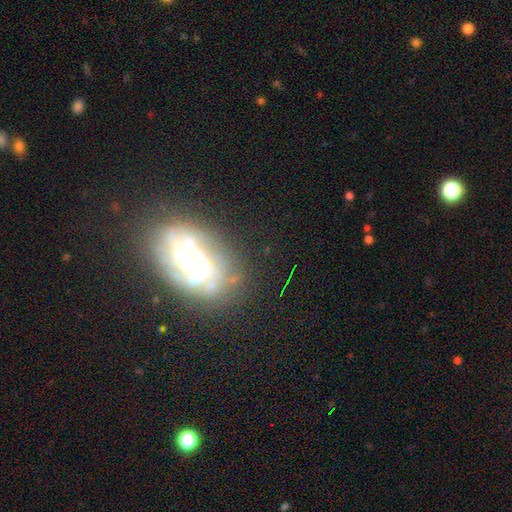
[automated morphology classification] This is possibly a featured or disk galaxy (55%). It is clearly not viewed edge-on (84%). Merging: likely none (71%).